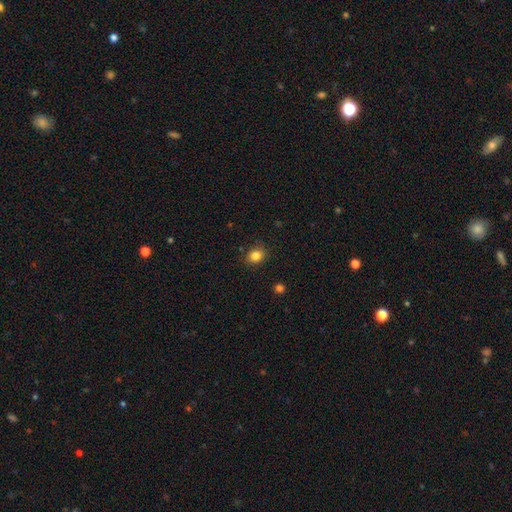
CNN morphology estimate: smooth-or-featured: smooth: 84% | star or artifact: 11% | featured or disk: 6%
  how-rounded: round: 59% | in between: 40% | cigar-shaped: 1%
  merging: none: 81% | minor disturbance: 14% | major disturbance: 3% | merger: 1%